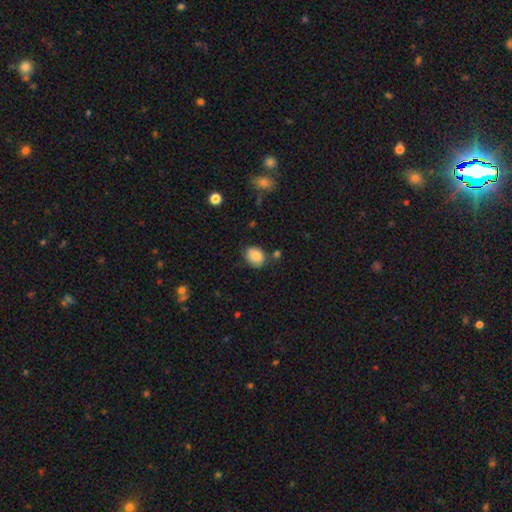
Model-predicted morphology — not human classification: The model was most divided on "how rounded": round: 52%, in between: 47%, cigar-shaped: 1%. More confident: smooth or featured — smooth (82%); merging — none (70%).